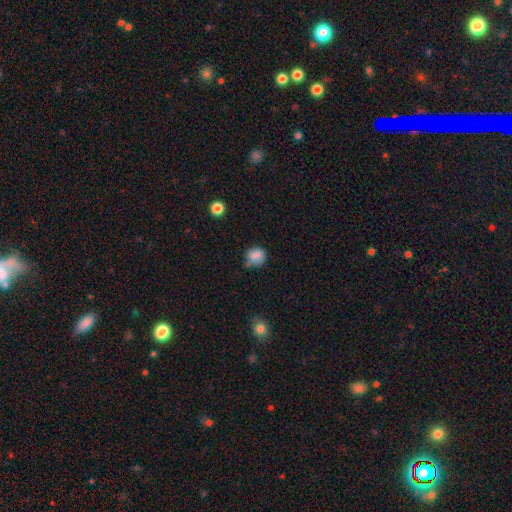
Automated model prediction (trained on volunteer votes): This is clearly a smooth galaxy (81%). How rounded: likely round (68%). Merging: possibly none (53%).